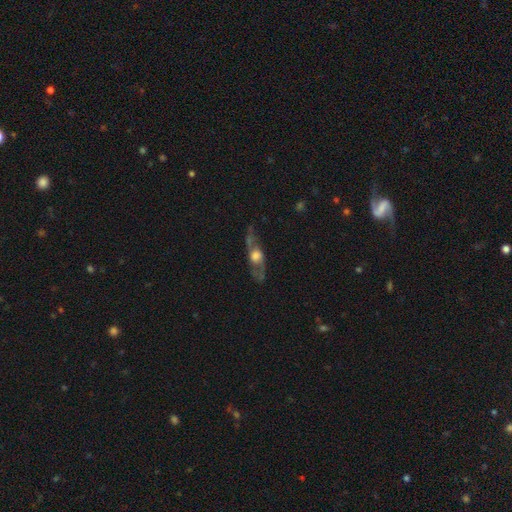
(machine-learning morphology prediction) Smooth or featured? featured or disk (64%)
Edge-on disk? yes (57%)
Merging? none (66%)